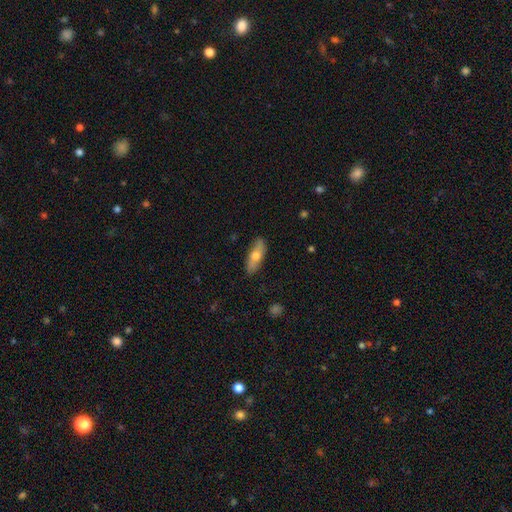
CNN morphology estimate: type=smooth (60%); roundness=in between (61%); merging=none (84%).